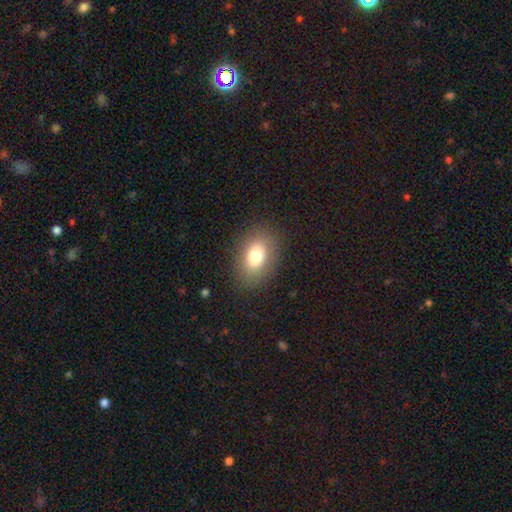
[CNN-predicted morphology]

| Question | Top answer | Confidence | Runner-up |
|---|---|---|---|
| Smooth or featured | smooth | 76% | featured or disk (14%) |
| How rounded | in between | 79% | round (20%) |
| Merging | none | 84% | minor disturbance (10%) |